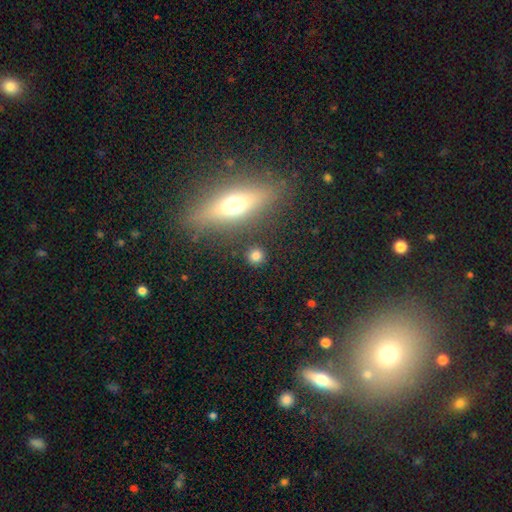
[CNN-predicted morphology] smooth 77%, star or artifact 15%, featured or disk 8%. Down the decision tree: how rounded — round (89%); merging — none (87%).